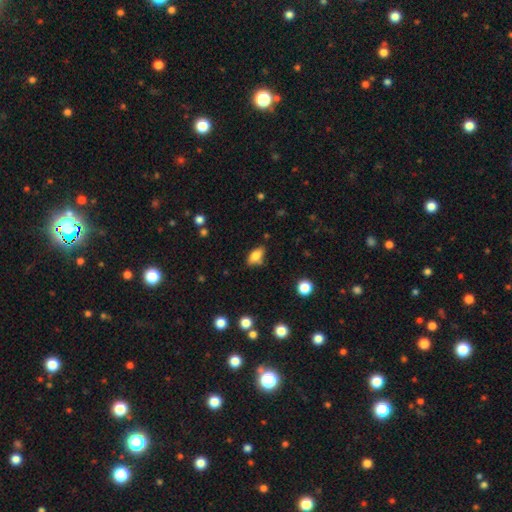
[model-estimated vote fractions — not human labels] The model was most divided on "merging": none: 72%, minor disturbance: 19%, merger: 5%, major disturbance: 4%. More confident: how rounded — in between (85%); smooth or featured — smooth (76%).